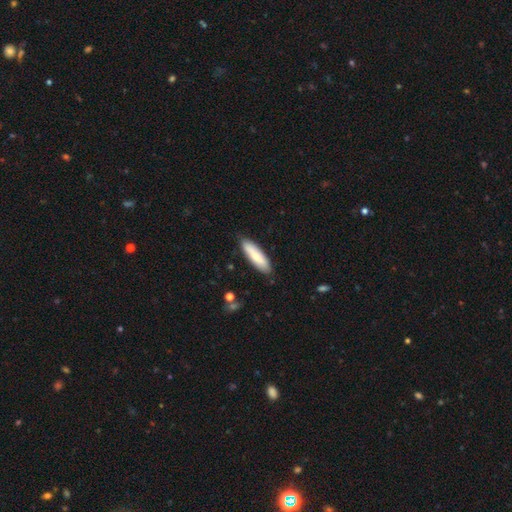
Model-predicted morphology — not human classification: Q: Smooth or featured?
A: smooth (73%); runner-up: featured or disk (21%)
Q: How rounded?
A: cigar-shaped (56%); runner-up: in between (42%)
Q: Merging?
A: none (84%); runner-up: minor disturbance (12%)